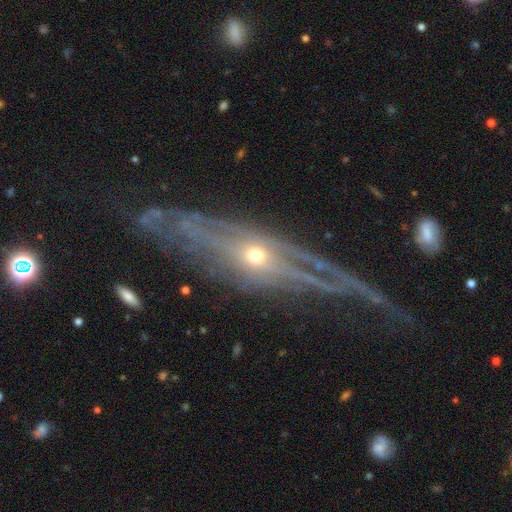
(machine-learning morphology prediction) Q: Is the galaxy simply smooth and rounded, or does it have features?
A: featured or disk — 70%.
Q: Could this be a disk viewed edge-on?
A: no — 67%.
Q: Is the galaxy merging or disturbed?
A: none — 56%.